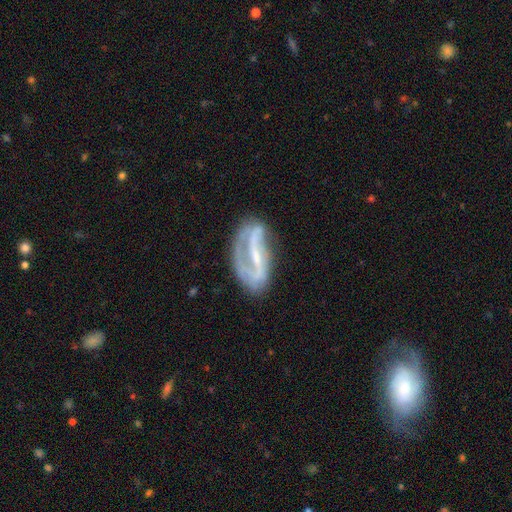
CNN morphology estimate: The model was most divided on "spiral winding" (2-way tie): loose: 38%, medium: 38%, tight: 23%. More confident: edge-on disk — no (94%); spiral arms — yes (85%); smooth or featured — featured or disk (80%); spiral arm count — 2 (65%); merging — none (57%); bulge size — small (57%); bar — strong (51%).